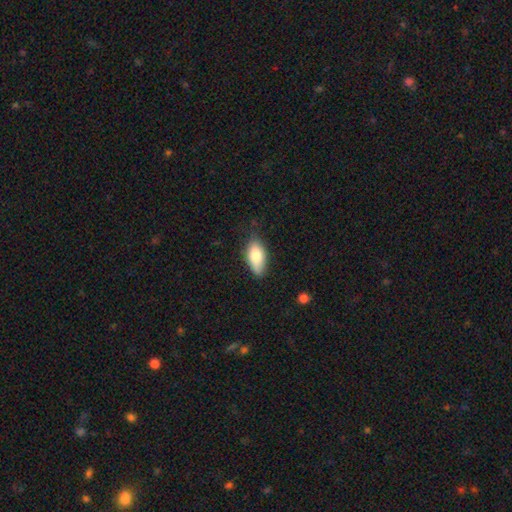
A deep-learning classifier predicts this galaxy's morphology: Smooth or featured?
  - smooth: 78% *
  - featured or disk: 15%
  - star or artifact: 7%
How rounded?
  - in between: 88% *
  - cigar-shaped: 9%
  - round: 3%
Merging?
  - none: 74% *
  - minor disturbance: 21%
  - major disturbance: 4%
  - merger: 2%